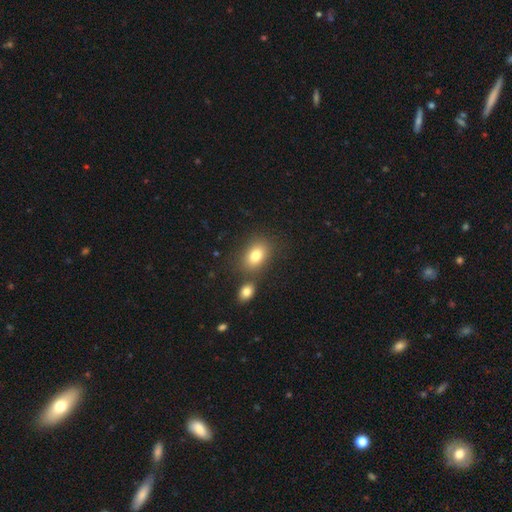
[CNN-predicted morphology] Overall: smooth (80%). How rounded: in between (77%). Merging: none (67%).